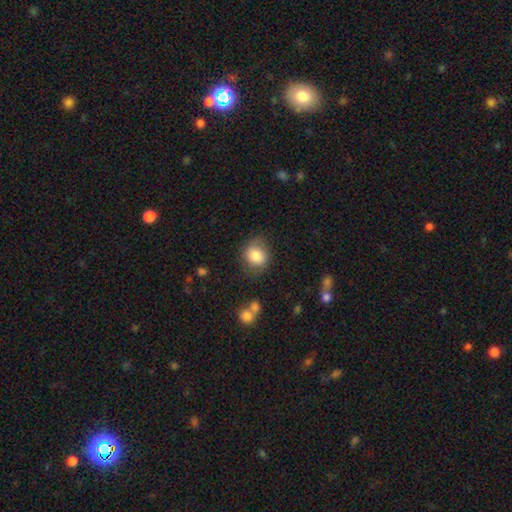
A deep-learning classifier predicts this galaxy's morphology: Smooth or featured? smooth (82%)
How rounded? round (67%)
Merging? none (71%)